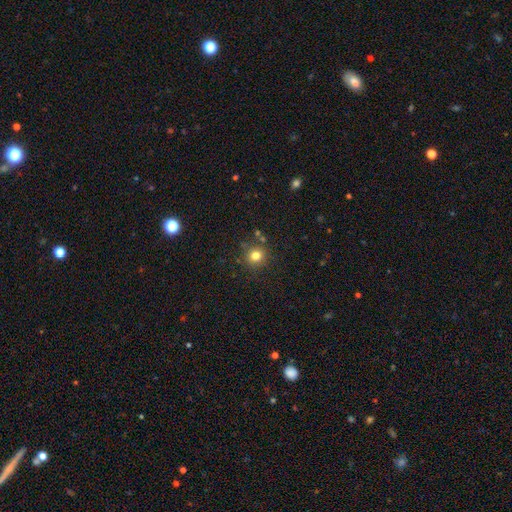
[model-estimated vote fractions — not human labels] A smooth galaxy with no disk features (78%) that is round (90%).

Vote fractions:
- Smooth or featured? smooth: 78% / star or artifact: 15% / featured or disk: 7%
- How rounded? round: 90% / in between: 9% / cigar-shaped: 1%
- Merging? none: 82% / minor disturbance: 10% / merger: 5% / major disturbance: 3%